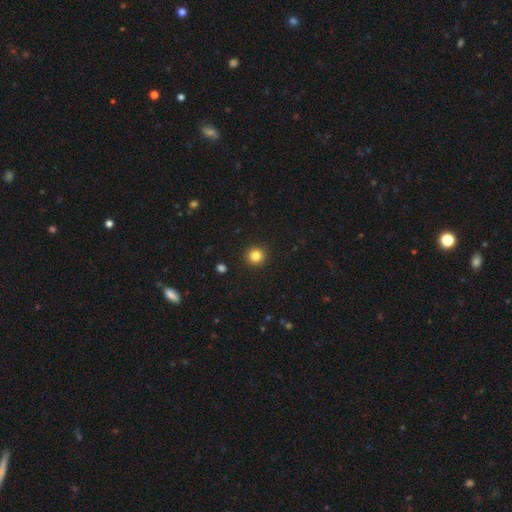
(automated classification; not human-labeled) smooth 83%, star or artifact 12%, featured or disk 5%. Down the decision tree: how rounded — round (94%); merging — none (93%).